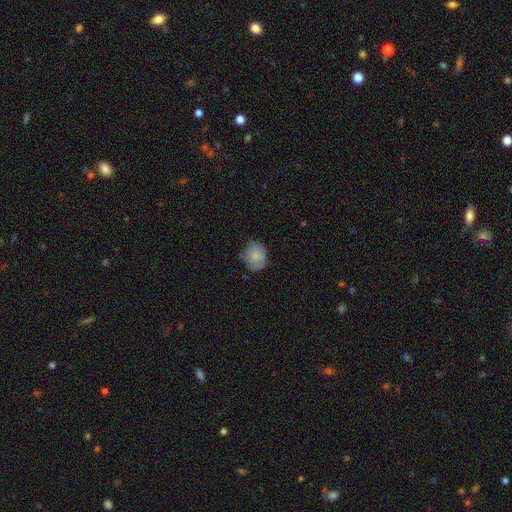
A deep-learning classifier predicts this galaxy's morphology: Smooth or featured? Predicted: smooth (p=0.77). How rounded? Predicted: round (p=0.60). Merging? Predicted: none (p=0.66).